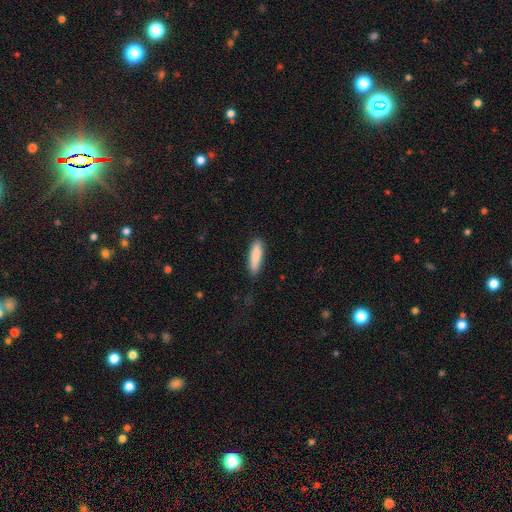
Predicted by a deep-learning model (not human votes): This appears to be a smooth galaxy with no disk features (87%) that is cigar-shaped (68%). Merging: none (83%).